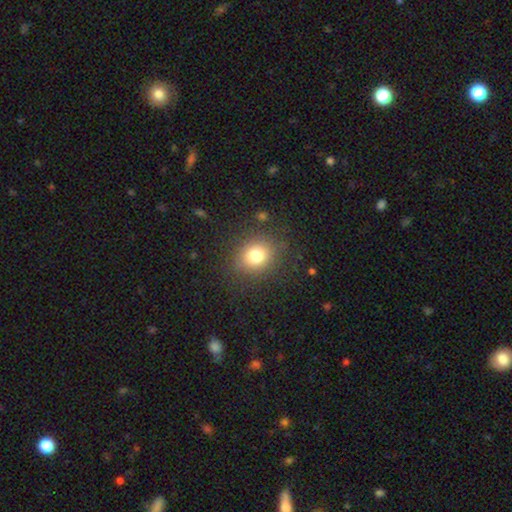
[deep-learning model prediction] The model was most divided on "how rounded": round: 69%, in between: 30%, cigar-shaped: 1%. More confident: merging — none (85%); smooth or featured — smooth (76%).